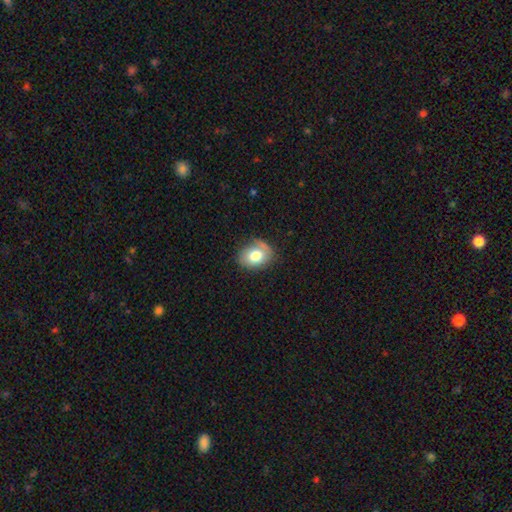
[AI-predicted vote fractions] This appears to be a smooth galaxy with no disk features (72%) that is in between round and cigar-shaped (61%). Merging: none (69%).